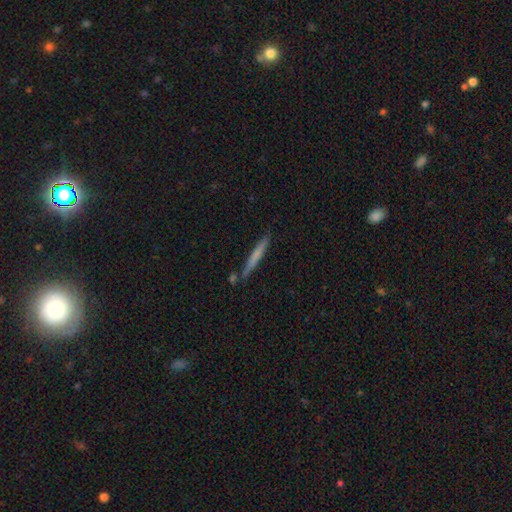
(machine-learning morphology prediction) type=smooth (58%); roundness=cigar-shaped (96%); merging=none (81%).